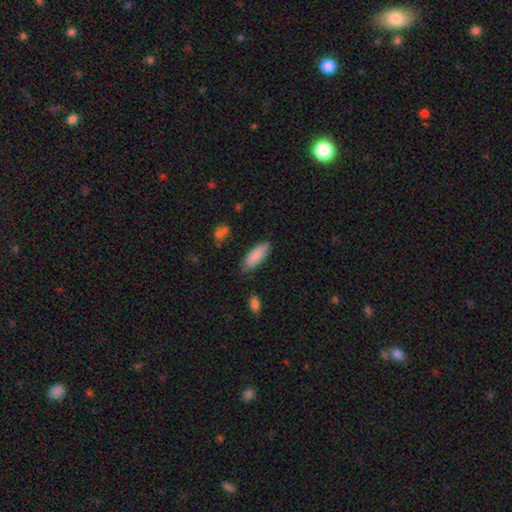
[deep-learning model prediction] Smooth or featured? Predicted: smooth (p=0.87). How rounded? Predicted: in between (p=0.72). Merging? Predicted: none (p=0.79).